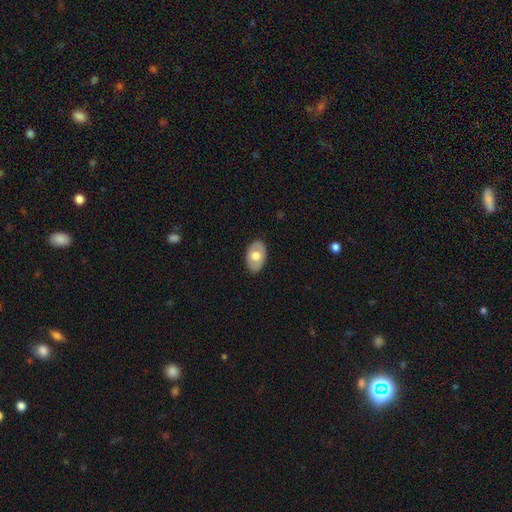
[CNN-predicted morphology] This is possibly a smooth galaxy (59%). How rounded: clearly in between (88%). Merging: clearly none (85%).